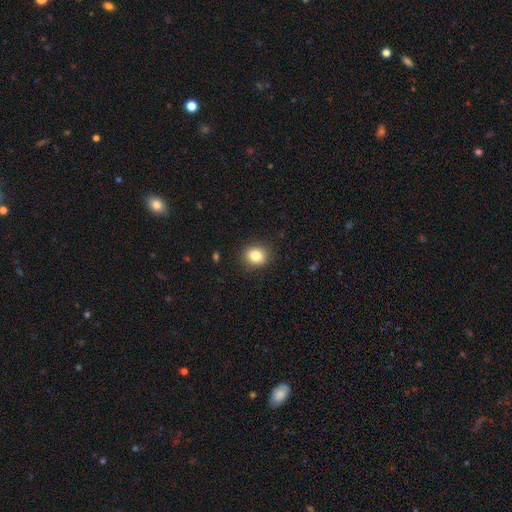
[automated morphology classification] Smooth or featured?
  - smooth: 83% *
  - star or artifact: 11%
  - featured or disk: 7%
How rounded?
  - round: 74% *
  - in between: 25%
  - cigar-shaped: 1%
Merging?
  - none: 89% *
  - minor disturbance: 8%
  - major disturbance: 2%
  - merger: 1%